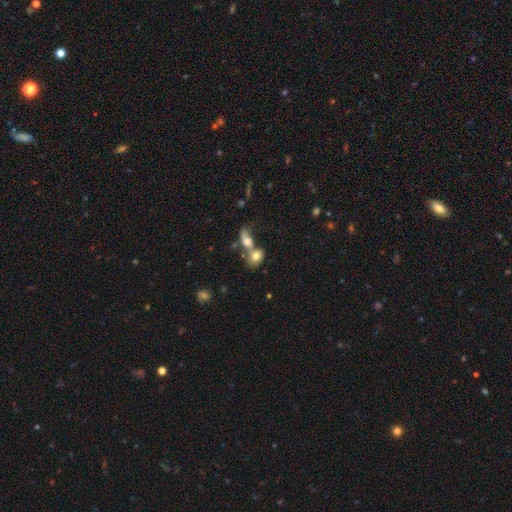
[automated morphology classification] Smooth or featured? Predicted: smooth (p=0.74). How rounded? Predicted: in between (p=0.63). Merging? Predicted: merger (p=0.66).